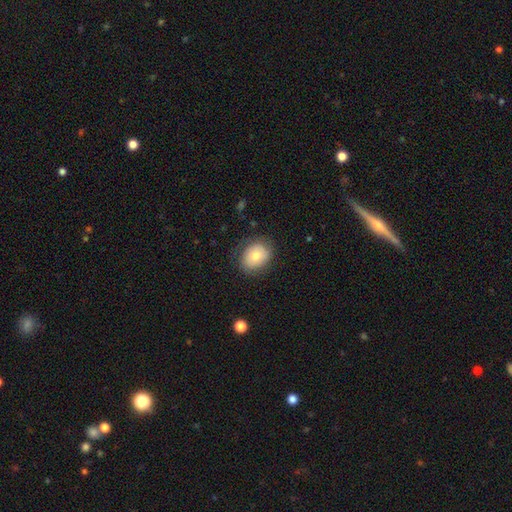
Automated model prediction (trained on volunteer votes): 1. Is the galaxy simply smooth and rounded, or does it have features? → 71% smooth, 21% featured or disk, 8% star or artifact.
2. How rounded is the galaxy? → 51% in between, 48% round, 1% cigar-shaped.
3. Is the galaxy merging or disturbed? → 78% none, 16% minor disturbance, 5% major disturbance, 1% merger.